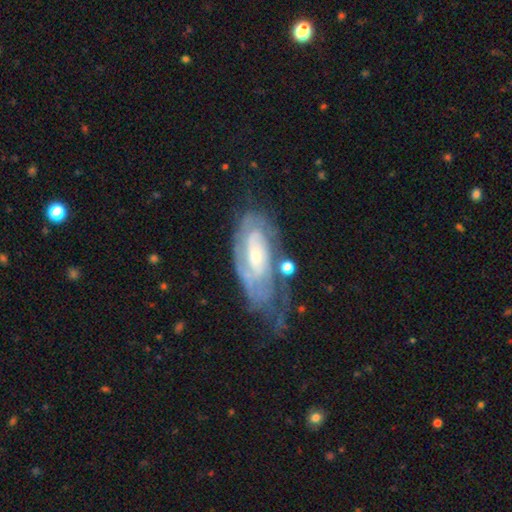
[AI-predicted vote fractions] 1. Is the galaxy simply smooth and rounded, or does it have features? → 81% featured or disk, 13% smooth, 6% star or artifact.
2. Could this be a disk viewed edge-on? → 92% no, 8% yes.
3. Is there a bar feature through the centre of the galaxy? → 58% no, 32% weak, 10% strong.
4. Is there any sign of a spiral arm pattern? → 90% yes, 10% no.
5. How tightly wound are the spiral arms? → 65% tight, 27% medium, 8% loose.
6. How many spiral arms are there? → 43% can't tell, 35% 2, 9% 3, 6% 1, 4% 4, 3% more than 4.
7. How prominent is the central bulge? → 56% small, 38% moderate, 3% large, 2% none, 1% dominant.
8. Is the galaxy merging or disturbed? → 46% none, 27% minor disturbance, 22% major disturbance, 5% merger.